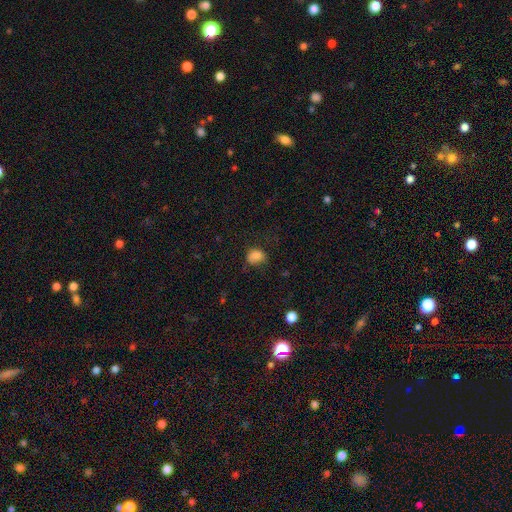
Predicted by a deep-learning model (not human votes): A smooth galaxy with no disk features (79%) that is in between round and cigar-shaped (58%). Merging: none (47%).